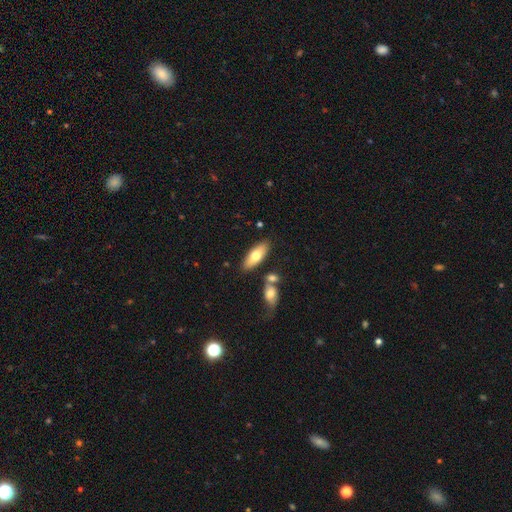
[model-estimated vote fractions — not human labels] A smooth galaxy with no disk features (69%) that is in between round and cigar-shaped (75%).

Vote fractions:
- Smooth or featured? smooth: 69% / featured or disk: 25% / star or artifact: 6%
- How rounded? in between: 75% / cigar-shaped: 23% / round: 2%
- Merging? none: 77% / minor disturbance: 10% / merger: 10% / major disturbance: 3%